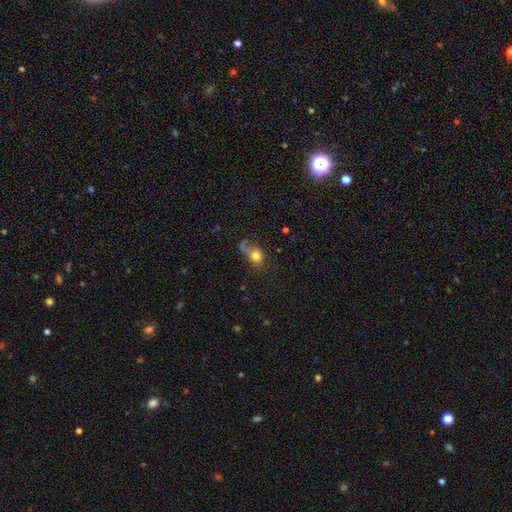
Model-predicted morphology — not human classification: The model was most divided on "how rounded": in between: 53%, round: 46%, cigar-shaped: 2%. Remaining: smooth or featured — smooth (72%); merging — none (41%).